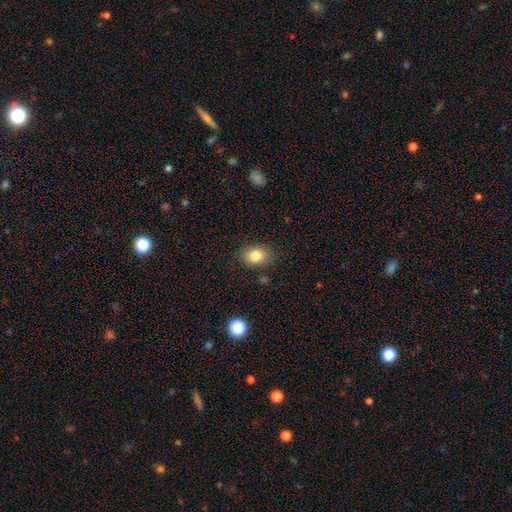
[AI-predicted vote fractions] This appears to be a smooth galaxy with no disk features (83%) that is in between round and cigar-shaped (61%). Merging: none (84%).